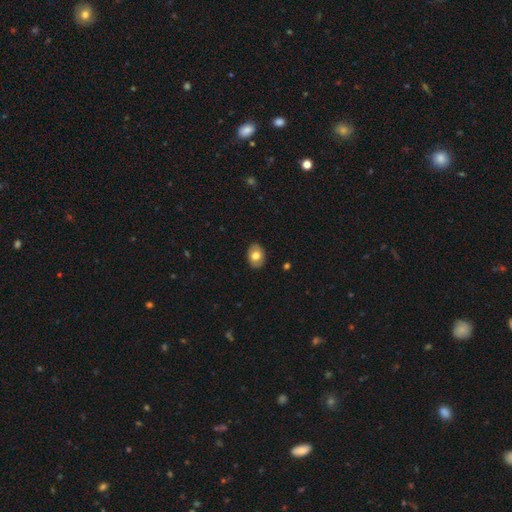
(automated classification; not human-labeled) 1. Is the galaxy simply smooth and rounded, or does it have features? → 70% smooth, 22% featured or disk, 7% star or artifact.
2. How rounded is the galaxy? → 69% in between, 30% round, 1% cigar-shaped.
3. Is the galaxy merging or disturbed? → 87% none, 10% minor disturbance, 2% major disturbance, 1% merger.